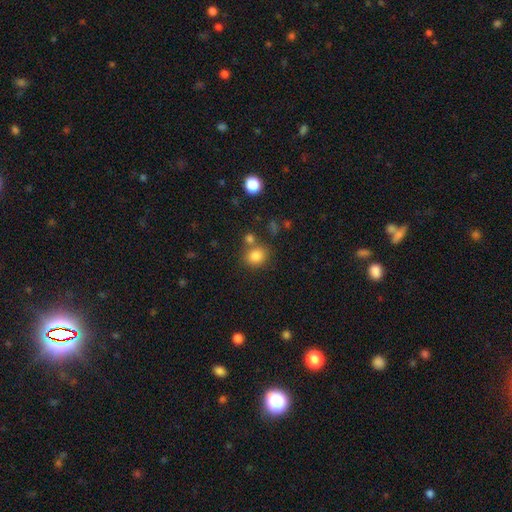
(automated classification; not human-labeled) Smooth or featured? Predicted: smooth (p=0.82). How rounded? Predicted: round (p=0.70). Merging? Predicted: none (p=0.66).